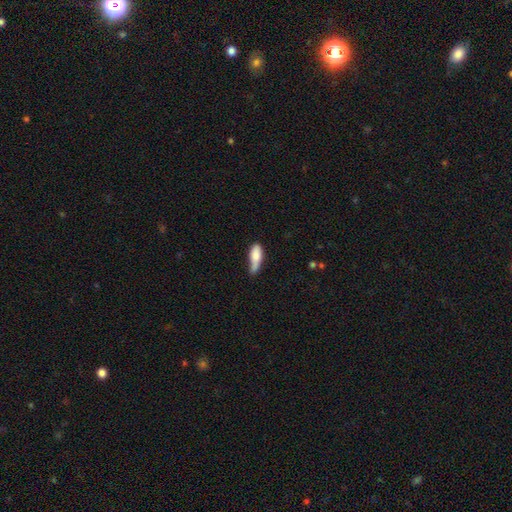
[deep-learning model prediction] smooth-or-featured: smooth: 79% | featured or disk: 14% | star or artifact: 7%
  how-rounded: in between: 62% | cigar-shaped: 35% | round: 3%
  merging: minor disturbance: 41% | none: 36% | major disturbance: 14% | merger: 9%